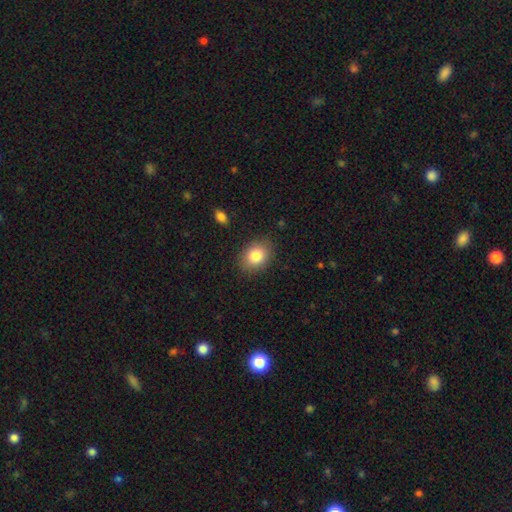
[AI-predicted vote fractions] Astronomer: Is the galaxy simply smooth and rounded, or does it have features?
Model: smooth — 83%.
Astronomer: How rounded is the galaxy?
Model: in between — 56% (runner-up: round, 43%).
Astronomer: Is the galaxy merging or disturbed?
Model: none — 86%.